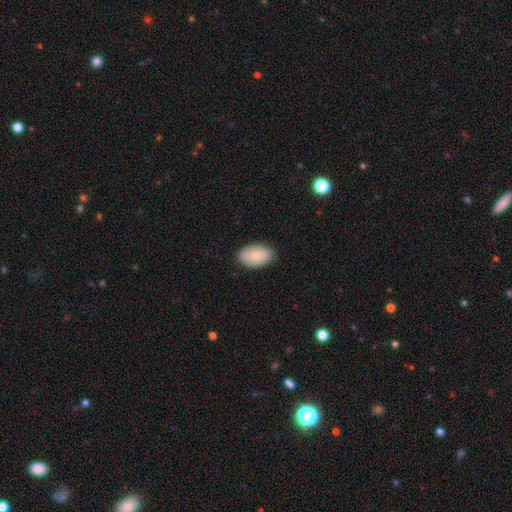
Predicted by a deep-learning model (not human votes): This appears to be a smooth galaxy with no disk features (72%) that is in between round and cigar-shaped (91%). Merging: none (83%).